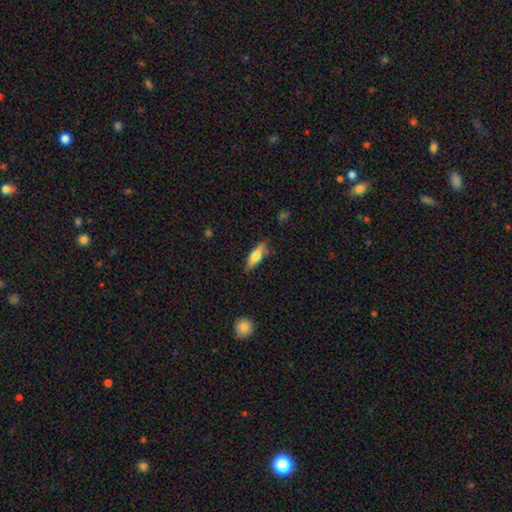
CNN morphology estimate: This is likely a smooth galaxy (61%). How rounded: possibly cigar-shaped (51%). Merging: likely none (77%).